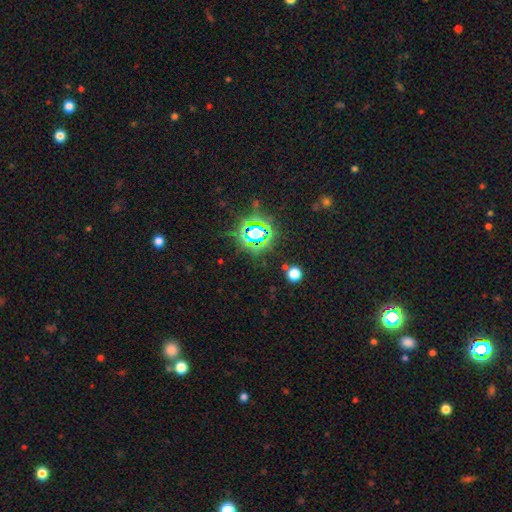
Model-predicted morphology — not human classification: star or artifact 78%, smooth 15%, featured or disk 7%.